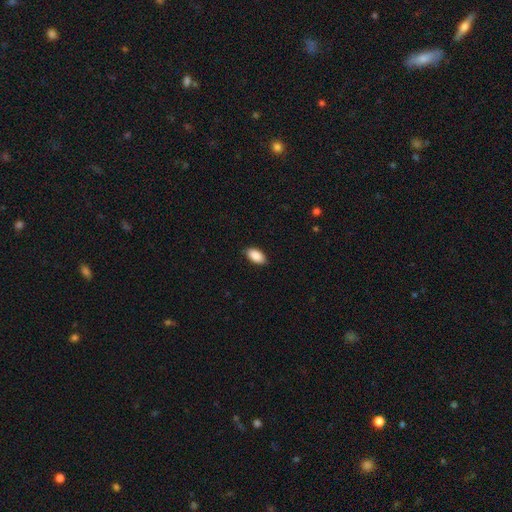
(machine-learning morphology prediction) Smooth or featured?
  - smooth: 90% *
  - star or artifact: 6%
  - featured or disk: 4%
How rounded?
  - in between: 94% *
  - round: 3%
  - cigar-shaped: 3%
Merging?
  - none: 85% *
  - minor disturbance: 12%
  - major disturbance: 2%
  - merger: 1%